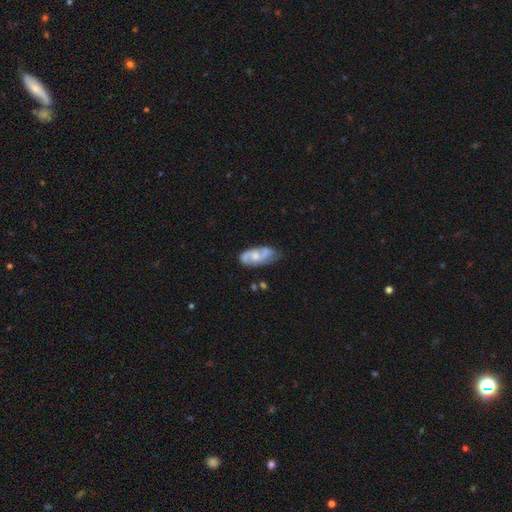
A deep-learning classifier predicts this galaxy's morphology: Smooth or featured: featured or disk — 73% (smooth — 22%)
Edge-on disk: no — 94% (yes — 6%)
Bar: no — 59% (weak — 35%)
Spiral arms: yes — 91% (no — 9%)
Spiral winding: medium — 50% (tight — 26%)
Spiral arm count: 2 — 83% (can't tell — 9%)
Bulge size: moderate — 53% (small — 31%)
Merging: none — 66% (minor disturbance — 23%)